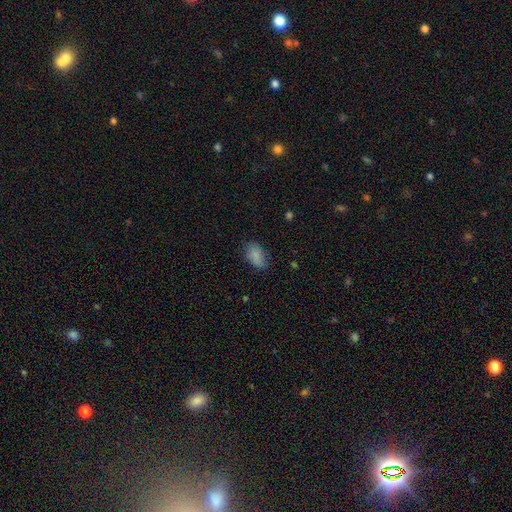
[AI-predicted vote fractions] This is clearly a smooth galaxy (85%). How rounded: clearly in between (92%). Merging: likely none (71%).